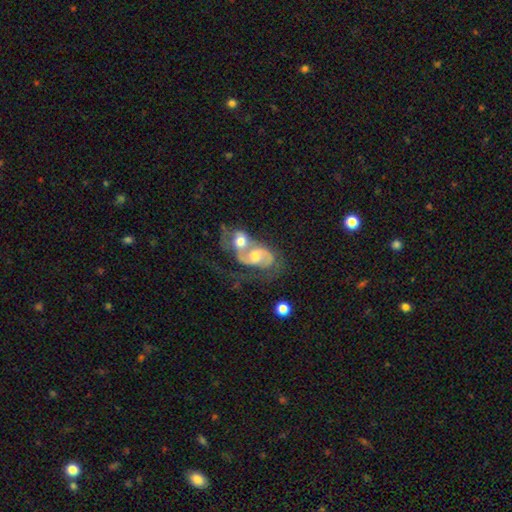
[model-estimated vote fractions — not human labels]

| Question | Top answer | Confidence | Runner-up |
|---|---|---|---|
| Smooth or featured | featured or disk | 77% | smooth (17%) |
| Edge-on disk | no | 97% | yes (3%) |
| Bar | no | 57% | weak (34%) |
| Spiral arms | yes | 90% | no (10%) |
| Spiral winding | medium | 47% | loose (31%) |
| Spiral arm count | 2 | 80% | can't tell (9%) |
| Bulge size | moderate | 59% | small (28%) |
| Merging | merger | 74% | none (12%) |